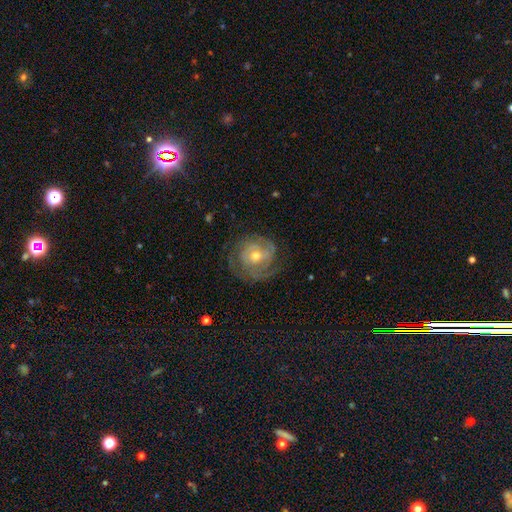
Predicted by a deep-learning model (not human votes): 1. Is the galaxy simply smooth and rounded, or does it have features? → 81% featured or disk, 13% smooth, 6% star or artifact.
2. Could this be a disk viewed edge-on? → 97% no, 3% yes.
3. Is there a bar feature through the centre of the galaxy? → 71% no, 24% weak, 6% strong.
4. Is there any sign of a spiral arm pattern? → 92% yes, 8% no.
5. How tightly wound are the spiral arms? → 63% tight, 28% medium, 8% loose.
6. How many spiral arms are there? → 33% 2, 27% can't tell, 24% 3, 6% 4, 6% 1, 5% more than 4.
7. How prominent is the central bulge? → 61% moderate, 35% small, 2% large, 1% none, 1% dominant.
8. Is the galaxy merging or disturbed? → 71% none, 18% minor disturbance, 10% major disturbance, 1% merger.